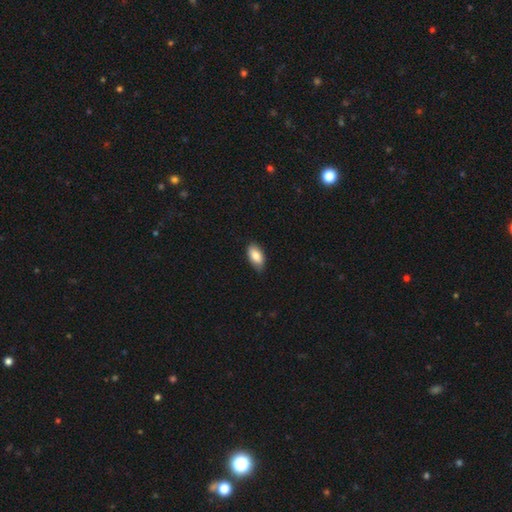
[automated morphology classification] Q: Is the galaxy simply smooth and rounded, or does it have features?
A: smooth — 84%.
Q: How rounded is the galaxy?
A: in between — 92%.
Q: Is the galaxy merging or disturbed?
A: none — 80%.